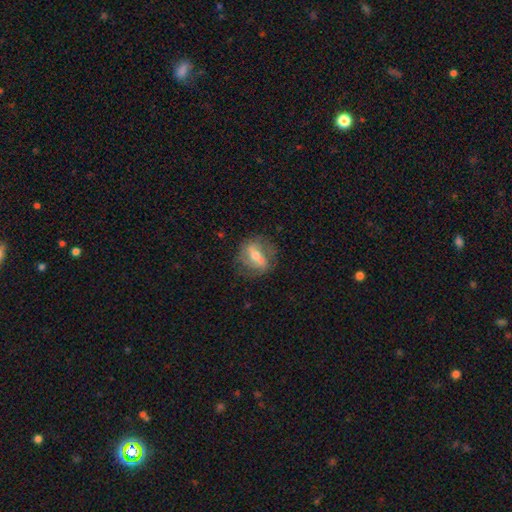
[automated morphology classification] This is likely a featured or disk galaxy (63%). It is clearly not viewed edge-on (83%). Bar: possibly strong (54%). Spiral arm pattern: possibly yes (55%). Central bulge: possibly moderate (57%). Merging: likely none (71%).